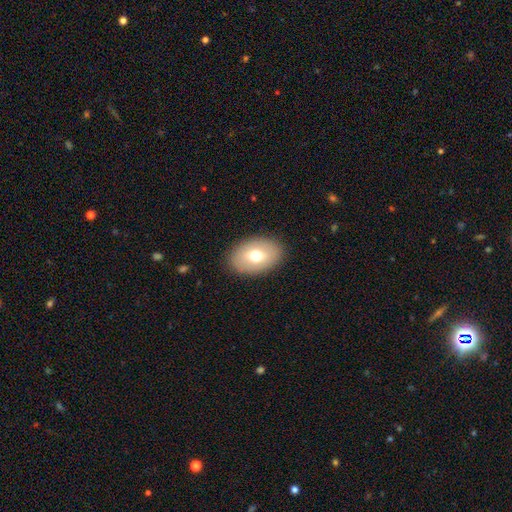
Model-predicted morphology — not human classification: This is likely a smooth galaxy (68%). How rounded: clearly in between (84%). Merging: clearly none (87%).